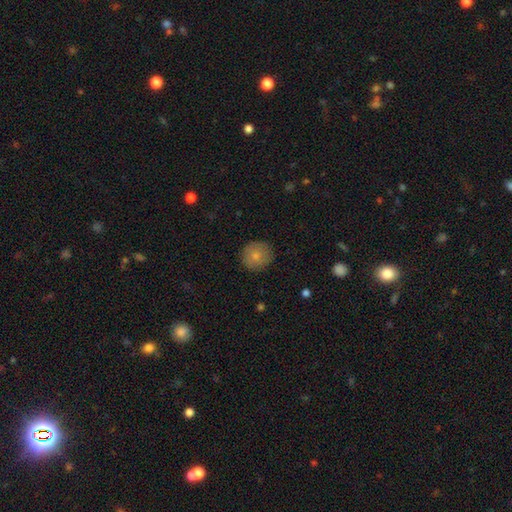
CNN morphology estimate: type=smooth (78%); roundness=round (92%); merging=none (87%).